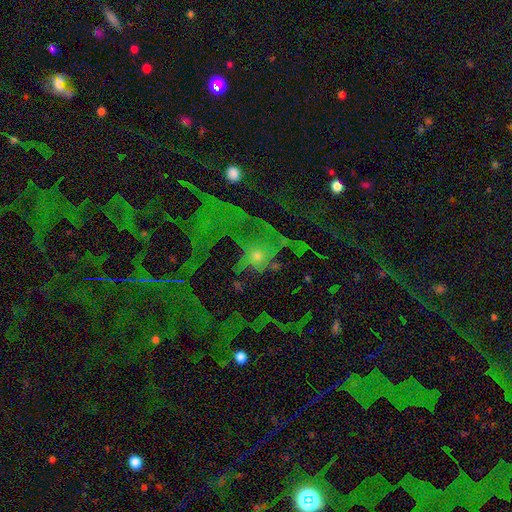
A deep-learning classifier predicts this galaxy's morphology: A featured or disk galaxy (41%). Merging: none (50%).